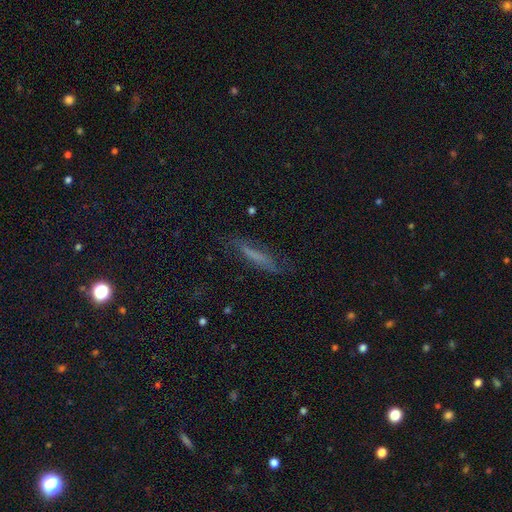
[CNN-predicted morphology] The model was most divided on "smooth or featured": smooth: 47%, featured or disk: 37%, star or artifact: 16%. More confident: merging — none (66%).